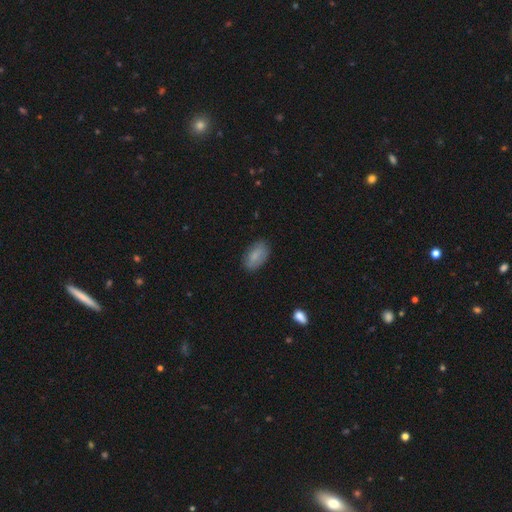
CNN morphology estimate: Q: Smooth or featured?
A: smooth (80%); runner-up: featured or disk (13%)
Q: How rounded?
A: in between (93%); runner-up: round (4%)
Q: Merging?
A: none (80%); runner-up: minor disturbance (16%)